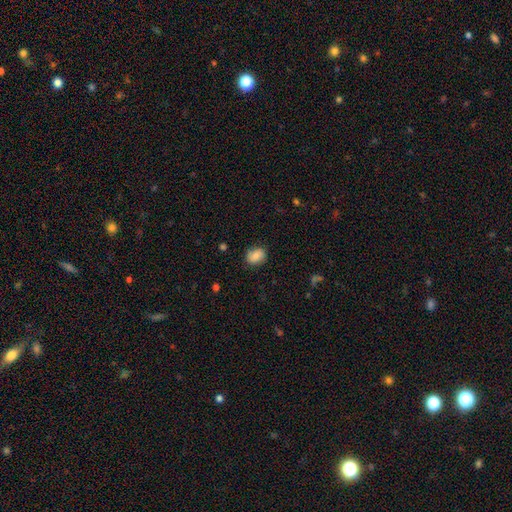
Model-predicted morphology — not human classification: smooth-or-featured: smooth: 77% | featured or disk: 15% | star or artifact: 8%
  how-rounded: in between: 56% | round: 42% | cigar-shaped: 1%
  merging: none: 79% | minor disturbance: 16% | major disturbance: 4% | merger: 1%